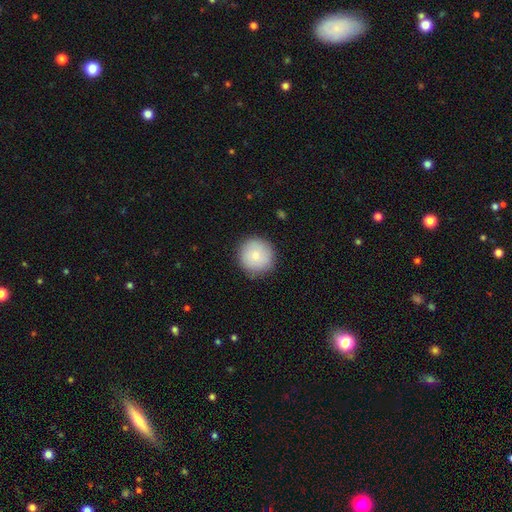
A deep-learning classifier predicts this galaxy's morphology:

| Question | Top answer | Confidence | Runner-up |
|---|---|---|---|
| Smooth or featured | smooth | 82% | featured or disk (11%) |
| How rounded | round | 95% | in between (4%) |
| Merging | none | 86% | minor disturbance (10%) |